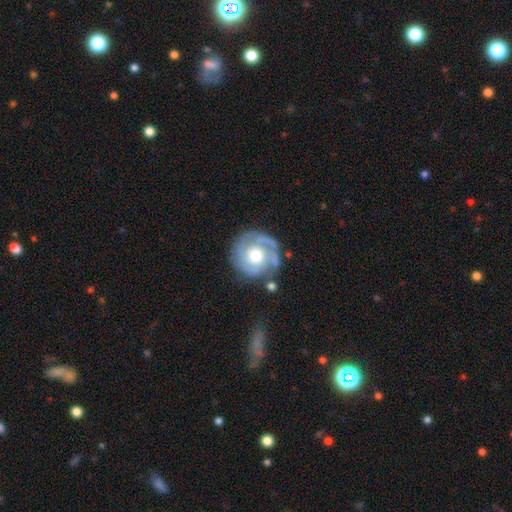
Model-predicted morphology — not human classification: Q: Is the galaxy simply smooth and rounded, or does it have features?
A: featured or disk — 77%.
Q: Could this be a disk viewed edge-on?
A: no — 98%.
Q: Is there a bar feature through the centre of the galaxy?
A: no — 77%.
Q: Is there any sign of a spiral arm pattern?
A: yes — 90%.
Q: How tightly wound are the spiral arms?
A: tight — 62%.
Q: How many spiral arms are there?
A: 2 — 35%.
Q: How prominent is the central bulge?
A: moderate — 64%.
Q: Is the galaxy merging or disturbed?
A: none — 73%.